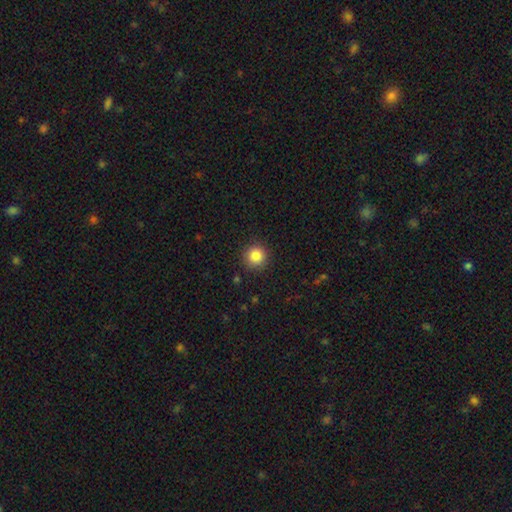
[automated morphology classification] smooth_or_featured: smooth (p=0.86) [alt: star or artifact p=0.10]
how_rounded: round (p=0.95) [alt: in between p=0.05]
merging: none (p=0.90) [alt: minor disturbance p=0.06]